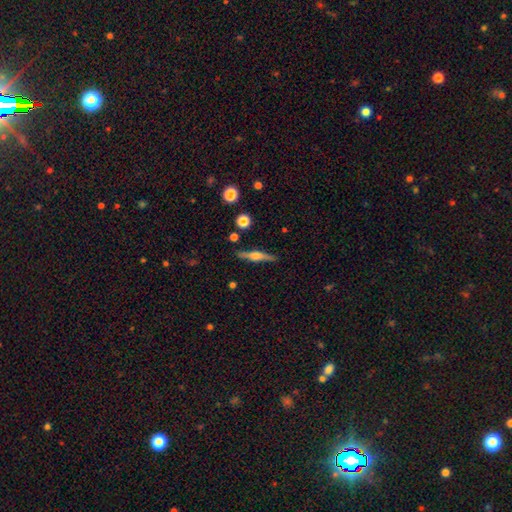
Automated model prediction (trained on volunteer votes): Morphology: type=featured or disk (65%); edge-on=yes (97%); edge-on bulge=rounded (86%); merging=none (88%).